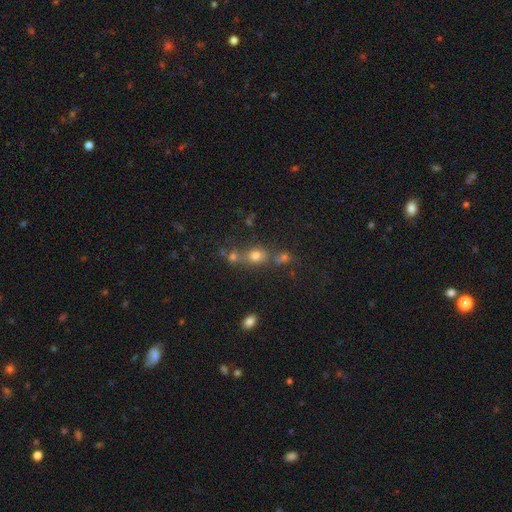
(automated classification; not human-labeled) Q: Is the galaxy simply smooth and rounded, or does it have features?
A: smooth — 70%.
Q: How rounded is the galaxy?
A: round — 65%.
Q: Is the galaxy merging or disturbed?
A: none — 49%.